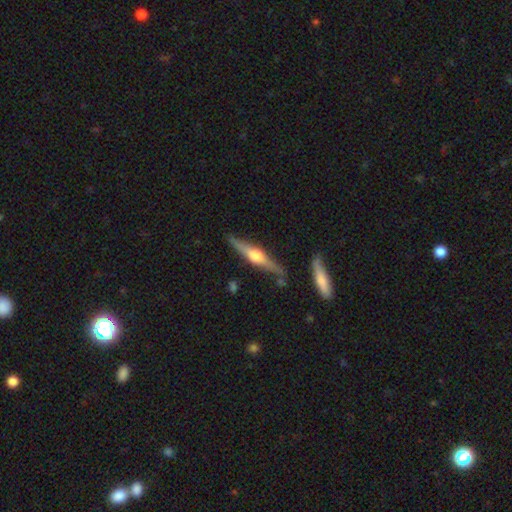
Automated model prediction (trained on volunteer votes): featured or disk 76%, smooth 19%, star or artifact 5%. Down the decision tree: edge-on disk — yes (97%); edge-on bulge — rounded (92%); merging — none (83%).